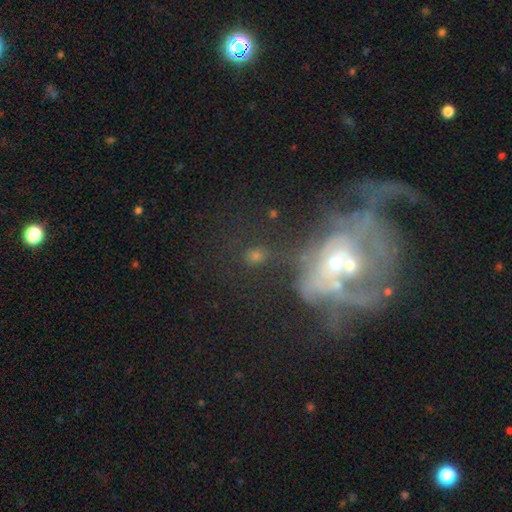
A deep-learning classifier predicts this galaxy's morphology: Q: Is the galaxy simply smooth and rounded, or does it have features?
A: featured or disk — 44%.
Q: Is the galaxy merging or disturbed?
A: none — 41%.